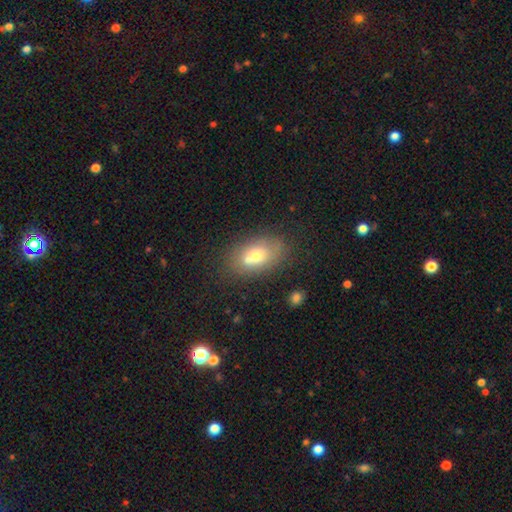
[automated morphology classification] Overall: smooth (64%; featured or disk 25%). How rounded: in between (80%). Merging: none (50%; merger 32%).